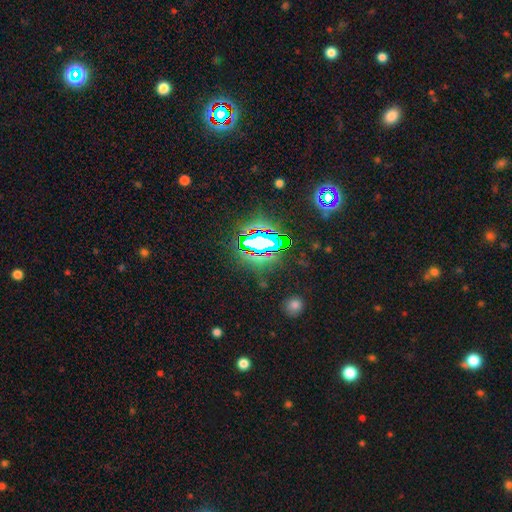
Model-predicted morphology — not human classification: Smooth or featured? star or artifact (80%)